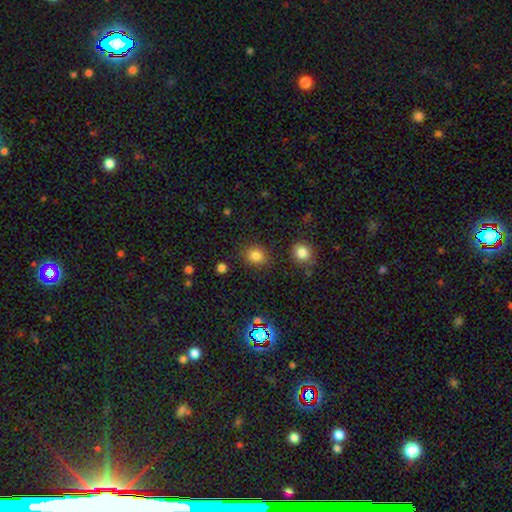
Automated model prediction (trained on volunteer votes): This appears to be a smooth galaxy with no disk features (82%) that is round (73%). Merging: none (84%).